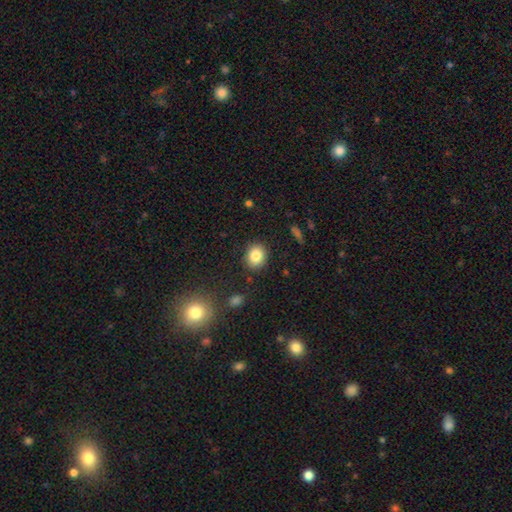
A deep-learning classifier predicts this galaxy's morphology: Smooth or featured: smooth — 82% (star or artifact — 10%)
How rounded: round — 63% (in between — 36%)
Merging: none — 88% (minor disturbance — 8%)